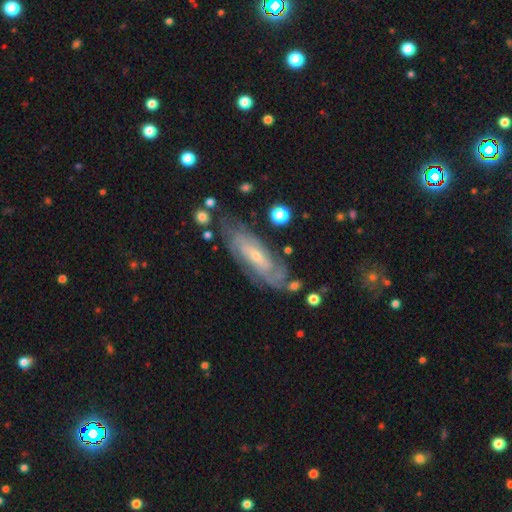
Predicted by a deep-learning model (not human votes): Smooth or featured: featured or disk — 79% (smooth — 14%)
Edge-on disk: no — 85% (yes — 15%)
Bar: no — 63% (weak — 29%)
Spiral arms: yes — 91% (no — 9%)
Spiral winding: tight — 70% (medium — 24%)
Spiral arm count: can't tell — 52% (2 — 22%)
Bulge size: small — 71% (moderate — 25%)
Merging: none — 73% (minor disturbance — 18%)